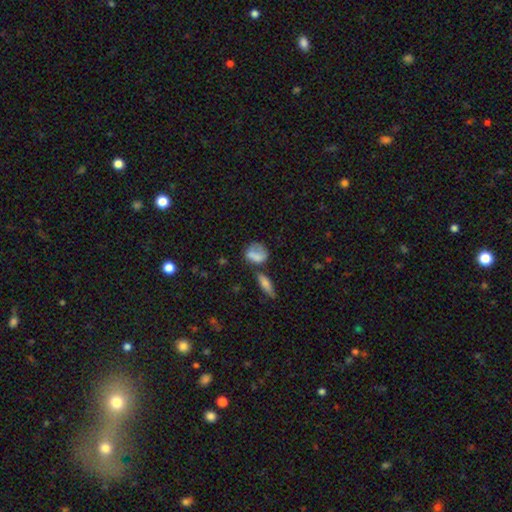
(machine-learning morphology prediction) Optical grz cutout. It shows a smooth galaxy with no disk features (74%) that is round (49%). Merging: none (44%).